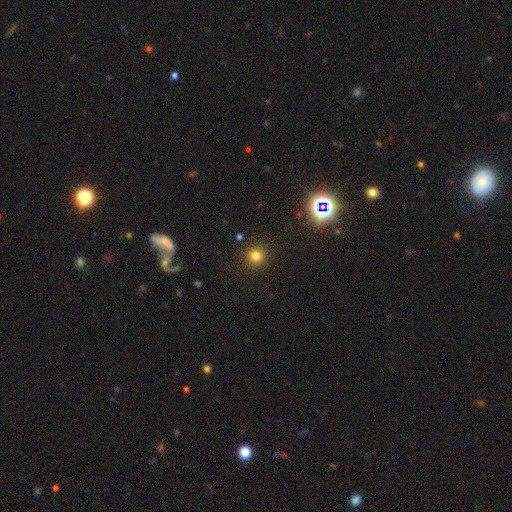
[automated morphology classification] Smooth or featured? Predicted: smooth (p=0.77). How rounded? Predicted: round (p=0.94). Merging? Predicted: none (p=0.91).